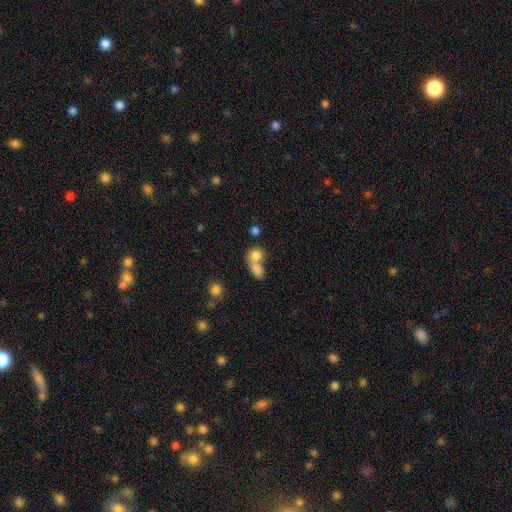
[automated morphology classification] smooth 79%, featured or disk 11%, star or artifact 10%. Down the decision tree: how rounded — round (51%); merging — merger (62%).